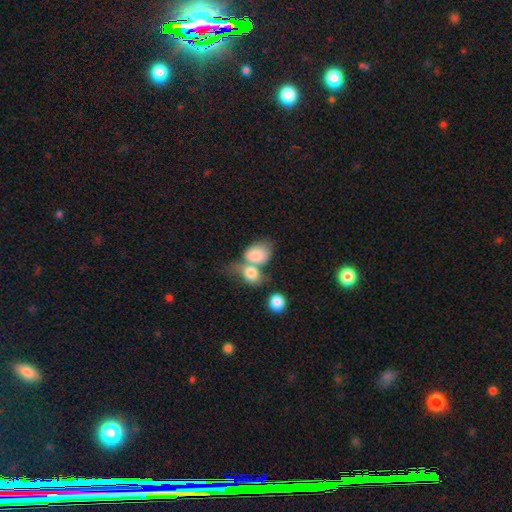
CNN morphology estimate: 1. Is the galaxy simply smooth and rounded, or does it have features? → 80% smooth, 13% featured or disk, 7% star or artifact.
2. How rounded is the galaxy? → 75% in between, 23% round, 2% cigar-shaped.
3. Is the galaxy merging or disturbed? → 62% merger, 19% none, 9% minor disturbance, 9% major disturbance.